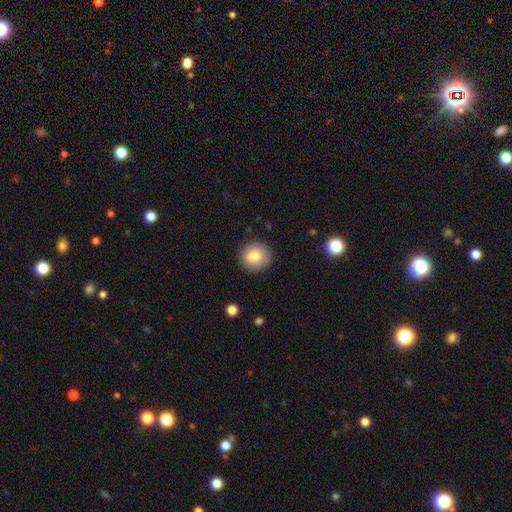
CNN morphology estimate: Overall: smooth (75%). How rounded: round (89%). Merging: none (71%).